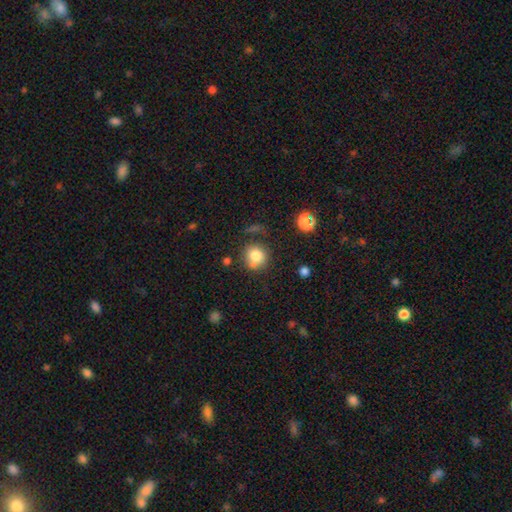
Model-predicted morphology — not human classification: Smooth or featured? Predicted: smooth (p=0.79). How rounded? Predicted: round (p=0.86). Merging? Predicted: none (p=0.63).